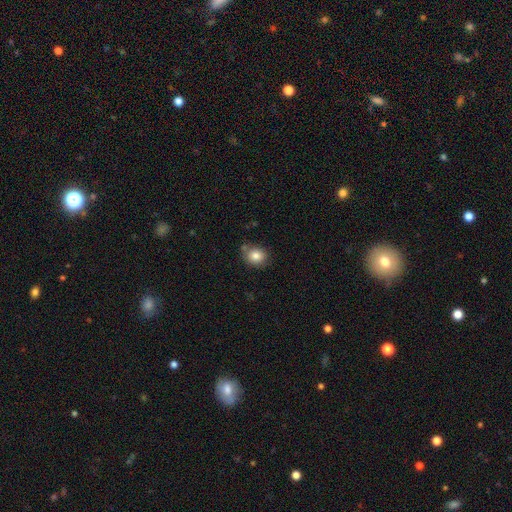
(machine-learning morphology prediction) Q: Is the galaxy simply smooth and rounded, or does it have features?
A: smooth — 83%.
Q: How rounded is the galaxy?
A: round — 67%.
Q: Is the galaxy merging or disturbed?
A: none — 71%.